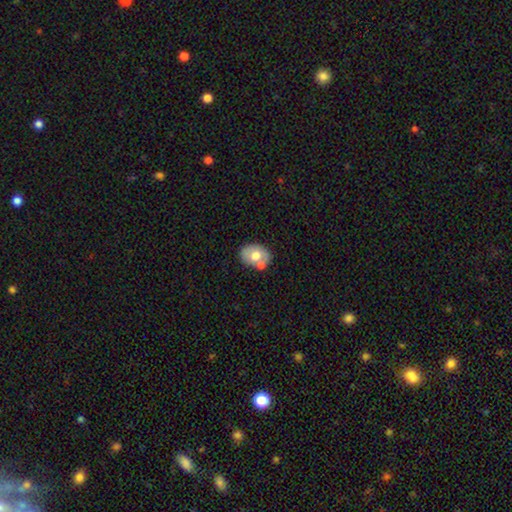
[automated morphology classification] This is likely a smooth galaxy (64%). How rounded: likely in between (67%). Merging: possibly none (56%).